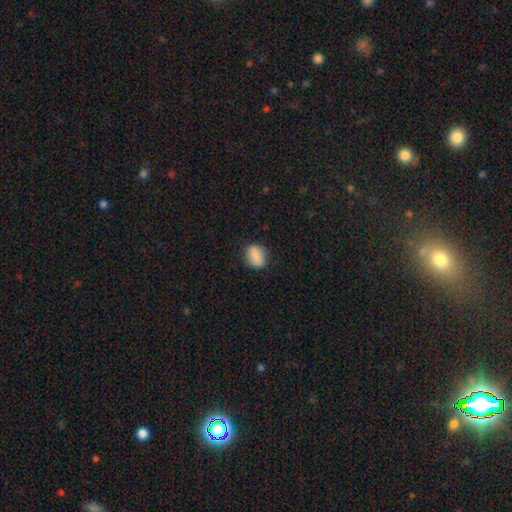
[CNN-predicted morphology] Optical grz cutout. It shows a smooth galaxy with no disk features (83%) that is in between round and cigar-shaped (51%). Merging: none (84%).